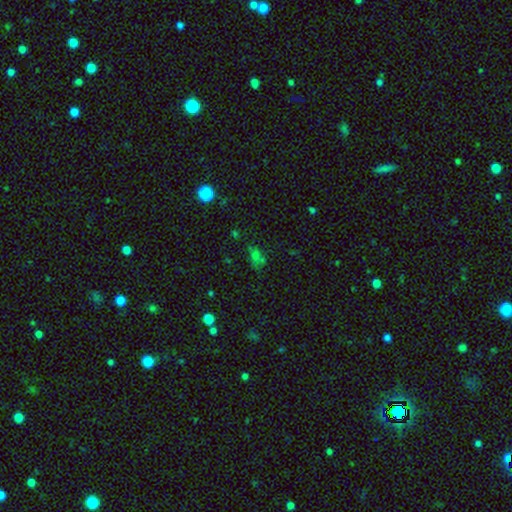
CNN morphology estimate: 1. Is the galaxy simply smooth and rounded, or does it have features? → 53% smooth, 35% star or artifact, 12% featured or disk.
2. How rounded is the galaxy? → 52% in between, 44% round, 4% cigar-shaped.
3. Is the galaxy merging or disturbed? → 50% none, 21% merger, 18% minor disturbance, 11% major disturbance.